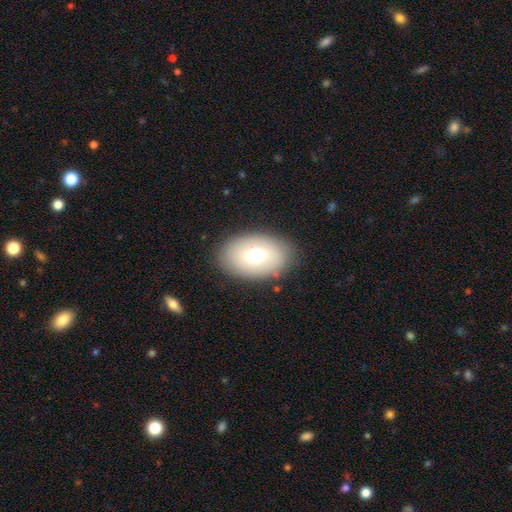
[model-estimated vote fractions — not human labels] Overall: smooth (67%). How rounded: in between (86%). Merging: none (85%).